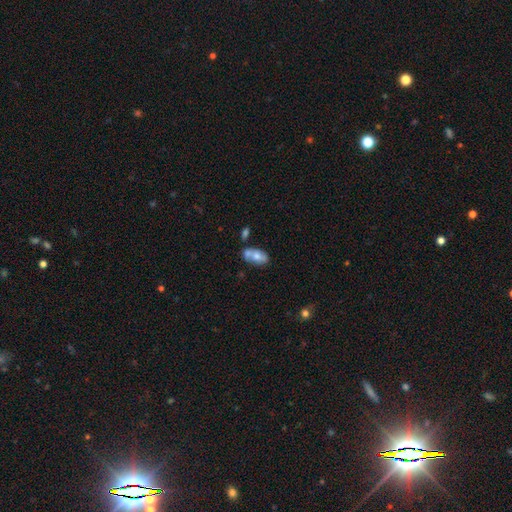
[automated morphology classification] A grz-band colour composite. It shows a smooth galaxy with no disk features (58%) that is in between round and cigar-shaped (90%). Merging: none (46%).